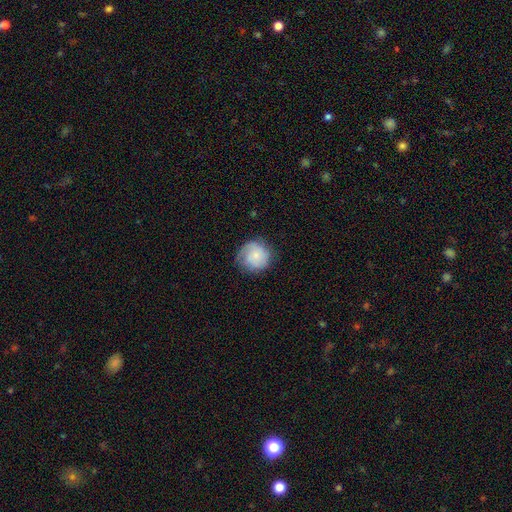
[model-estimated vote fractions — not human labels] smooth_or_featured: smooth (p=0.64) [alt: featured or disk p=0.29]
how_rounded: round (p=0.89) [alt: in between p=0.10]
merging: none (p=0.71) [alt: minor disturbance p=0.21]